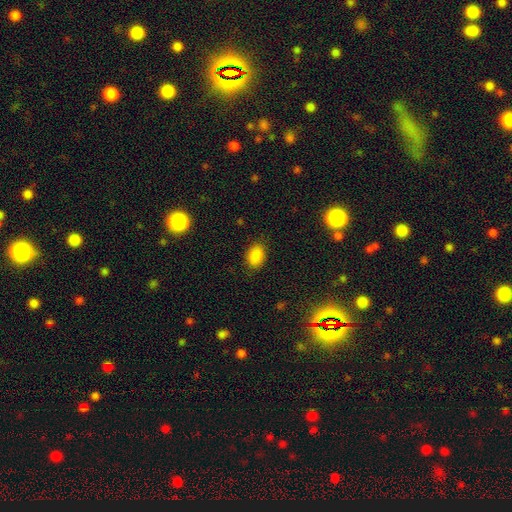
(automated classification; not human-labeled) This appears to be a smooth galaxy with no disk features (86%) that is in between round and cigar-shaped (82%). Merging: none (84%).